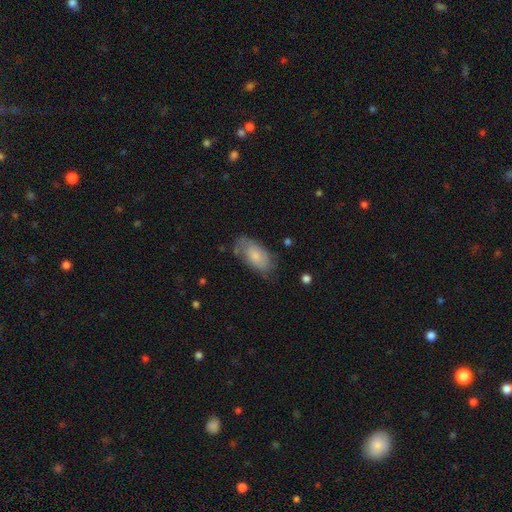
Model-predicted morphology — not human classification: Overall: smooth (67%). How rounded: in between (92%). Merging: none (62%; minor disturbance 27%).